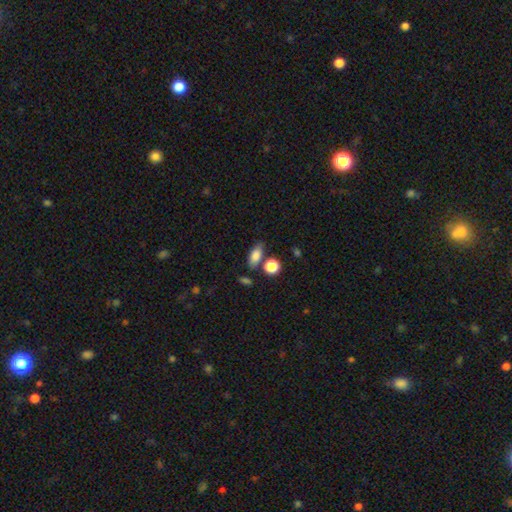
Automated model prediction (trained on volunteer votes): The model was most divided on "merging": none: 70%, minor disturbance: 14%, merger: 11%, major disturbance: 4%. More confident: smooth or featured — smooth (81%); how rounded — in between (77%).